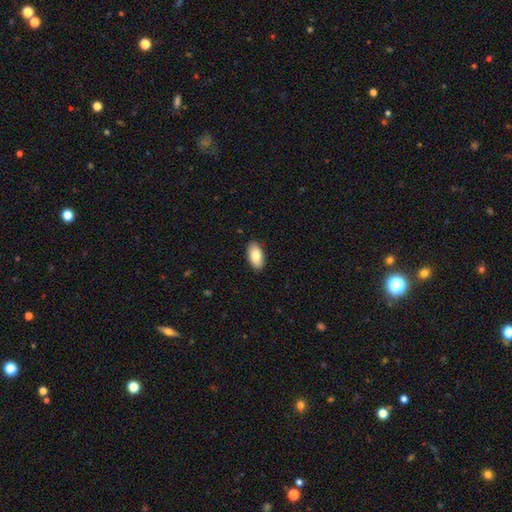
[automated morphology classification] smooth-or-featured: smooth: 84% | featured or disk: 10% | star or artifact: 6%
  how-rounded: in between: 94% | cigar-shaped: 4% | round: 2%
  merging: none: 89% | minor disturbance: 8% | major disturbance: 2% | merger: 1%